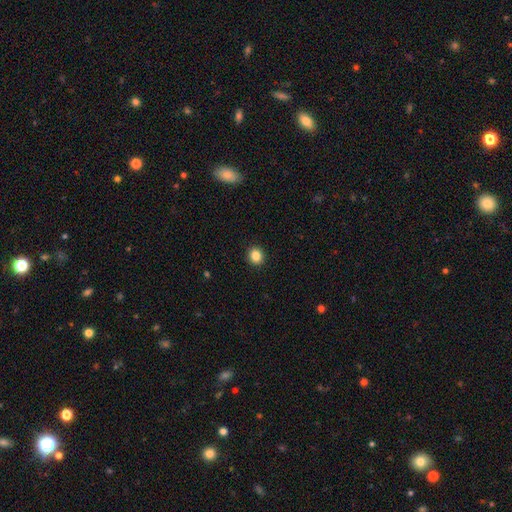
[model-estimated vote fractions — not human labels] Smooth or featured?
  - smooth: 85% *
  - star or artifact: 10%
  - featured or disk: 4%
How rounded?
  - round: 80% *
  - in between: 19%
  - cigar-shaped: 1%
Merging?
  - none: 92% *
  - minor disturbance: 5%
  - major disturbance: 2%
  - merger: 1%